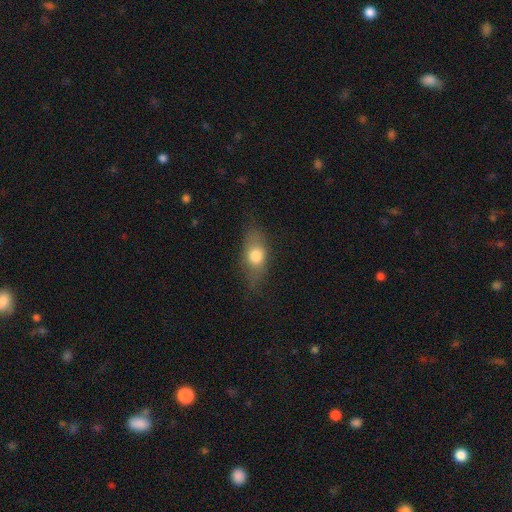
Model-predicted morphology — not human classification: A smooth galaxy with no disk features (72%) that is in between round and cigar-shaped (73%). Merging: none (71%).